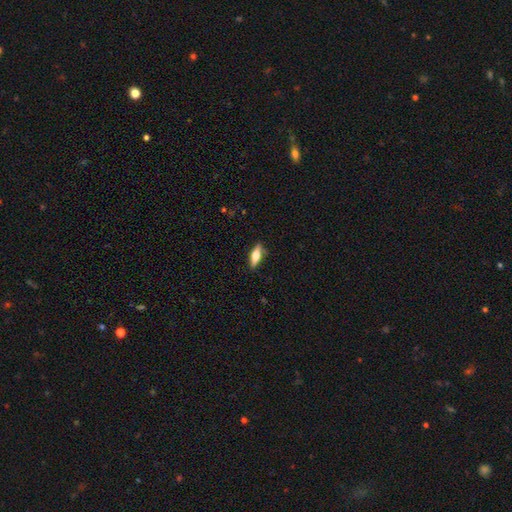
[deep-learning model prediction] smooth 53%, featured or disk 40%, star or artifact 7%. Down the decision tree: how rounded — in between (54%); merging — none (84%).